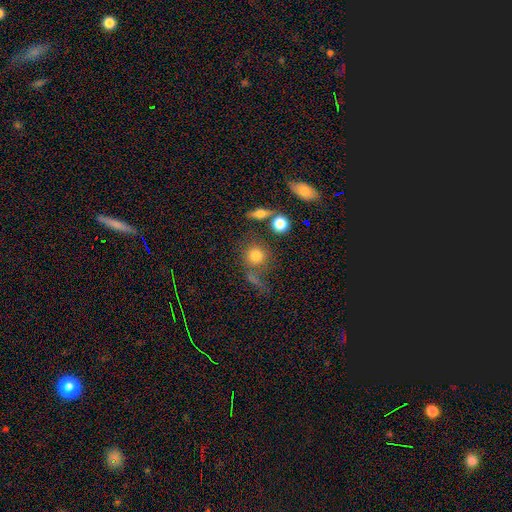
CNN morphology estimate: This is likely a smooth galaxy (75%). How rounded: clearly round (86%). Merging: possibly none (56%).